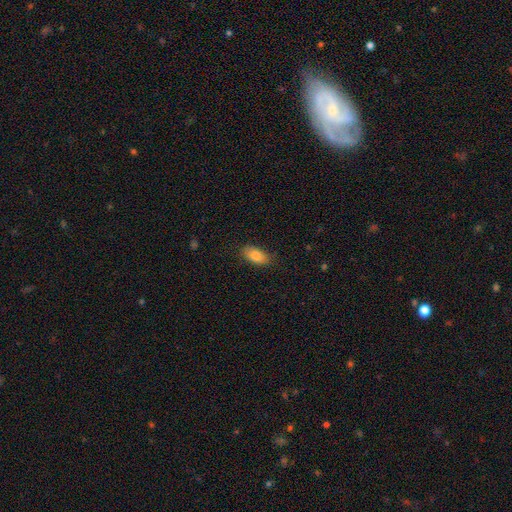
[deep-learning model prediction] Smooth or featured? smooth (83%)
How rounded? in between (92%)
Merging? none (82%)